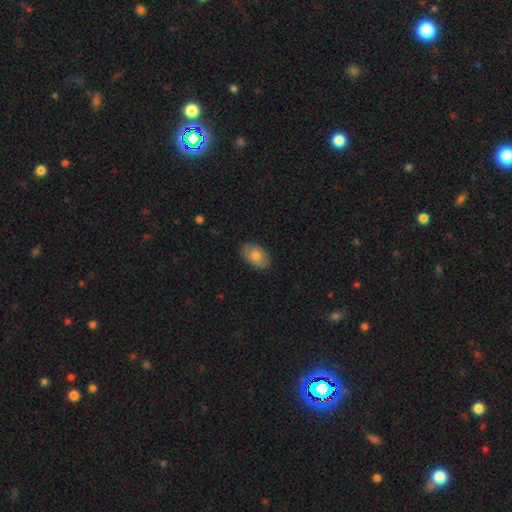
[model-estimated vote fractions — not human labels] Smooth or featured: smooth — 77% (featured or disk — 17%)
How rounded: in between — 92% (round — 7%)
Merging: none — 85% (minor disturbance — 12%)